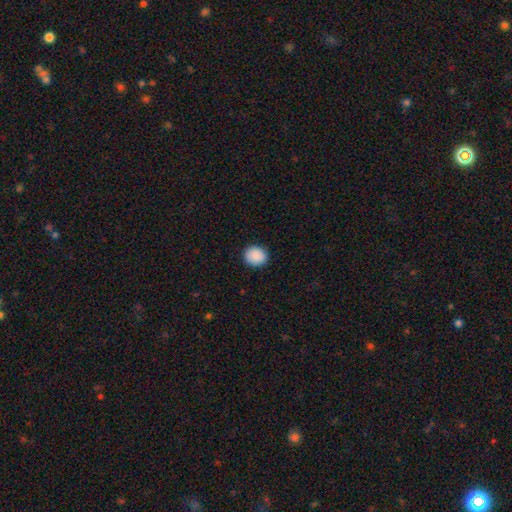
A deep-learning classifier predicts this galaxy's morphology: Smooth or featured?
  - smooth: 90% *
  - star or artifact: 7%
  - featured or disk: 3%
How rounded?
  - round: 77% *
  - in between: 22%
  - cigar-shaped: 1%
Merging?
  - none: 91% *
  - minor disturbance: 7%
  - major disturbance: 2%
  - merger: 1%